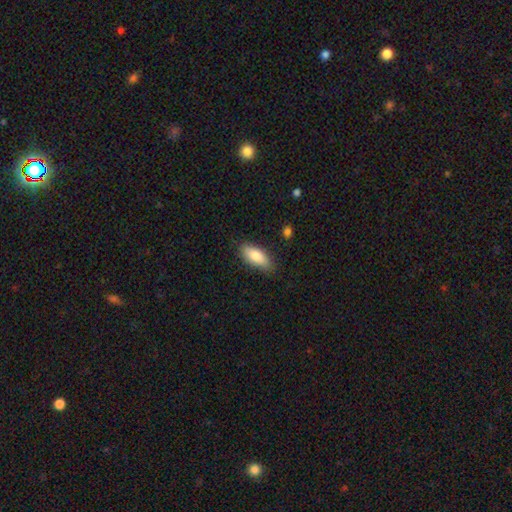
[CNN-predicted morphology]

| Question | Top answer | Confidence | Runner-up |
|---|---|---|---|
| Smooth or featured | smooth | 82% | featured or disk (12%) |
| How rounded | in between | 80% | cigar-shaped (18%) |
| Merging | none | 83% | minor disturbance (13%) |